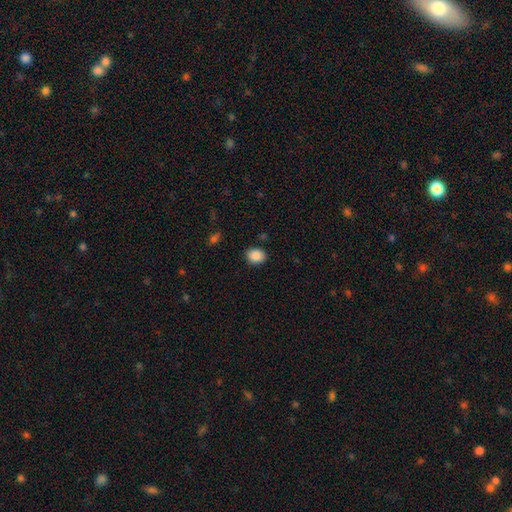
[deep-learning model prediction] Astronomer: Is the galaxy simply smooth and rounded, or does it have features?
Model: smooth — 88%.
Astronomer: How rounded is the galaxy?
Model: round — 56% (runner-up: in between, 43%).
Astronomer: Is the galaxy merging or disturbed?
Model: none — 87%.